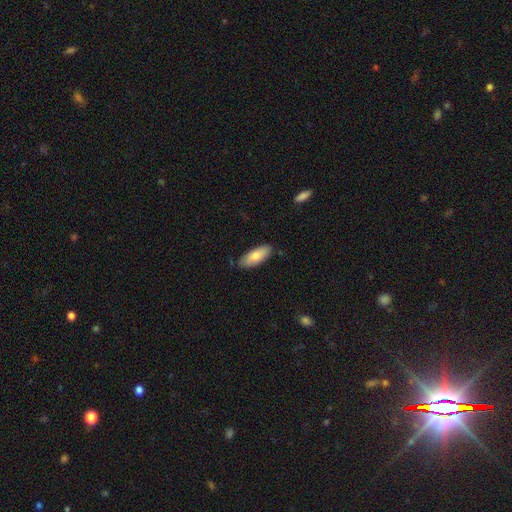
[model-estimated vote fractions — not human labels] Morphology: type=smooth (76%); roundness=in between (77%); merging=none (82%).